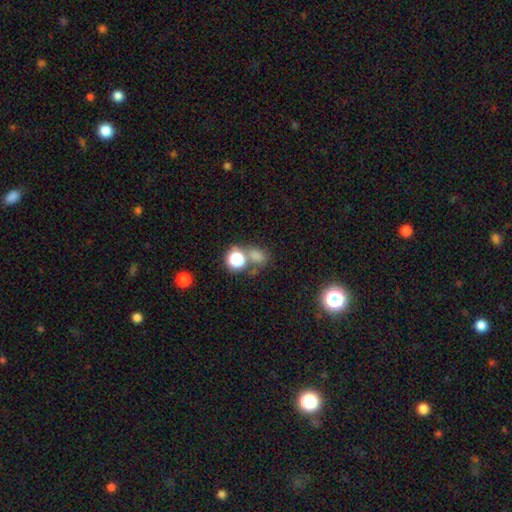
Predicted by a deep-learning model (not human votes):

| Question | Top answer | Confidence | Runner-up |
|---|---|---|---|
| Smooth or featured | smooth | 72% | star or artifact (21%) |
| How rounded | round | 56% | in between (43%) |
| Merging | none | 50% | merger (33%) |